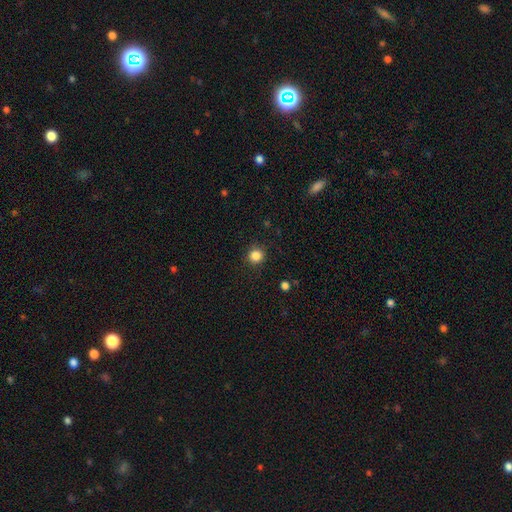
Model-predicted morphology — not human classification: Overall: smooth (85%). How rounded: round (91%). Merging: none (90%).